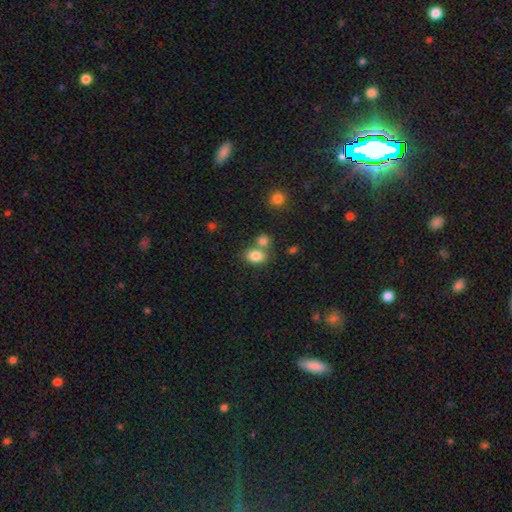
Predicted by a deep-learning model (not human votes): Smooth or featured?
  - smooth: 83% *
  - star or artifact: 9%
  - featured or disk: 7%
How rounded?
  - in between: 72% *
  - round: 27%
  - cigar-shaped: 1%
Merging?
  - none: 51% *
  - merger: 34%
  - minor disturbance: 11%
  - major disturbance: 4%